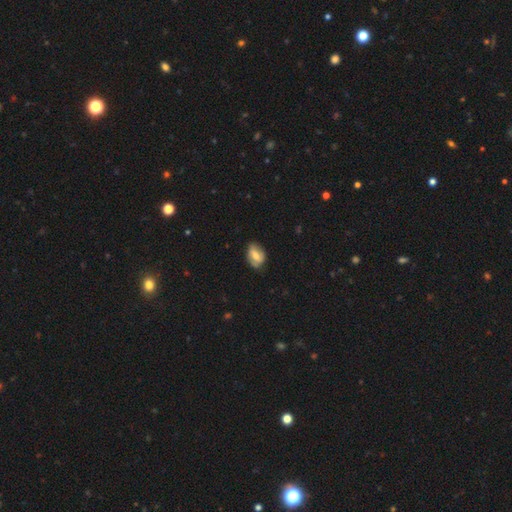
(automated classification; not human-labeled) smooth-or-featured: smooth: 54% | featured or disk: 39% | star or artifact: 8%
  how-rounded: in between: 78% | round: 19% | cigar-shaped: 2%
  merging: none: 68% | minor disturbance: 26% | major disturbance: 5% | merger: 1%